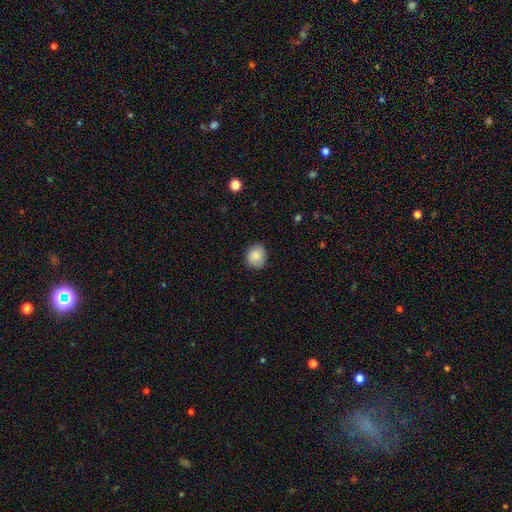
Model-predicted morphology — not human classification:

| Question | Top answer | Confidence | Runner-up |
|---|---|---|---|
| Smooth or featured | smooth | 87% | star or artifact (8%) |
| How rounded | round | 73% | in between (26%) |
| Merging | none | 84% | minor disturbance (13%) |